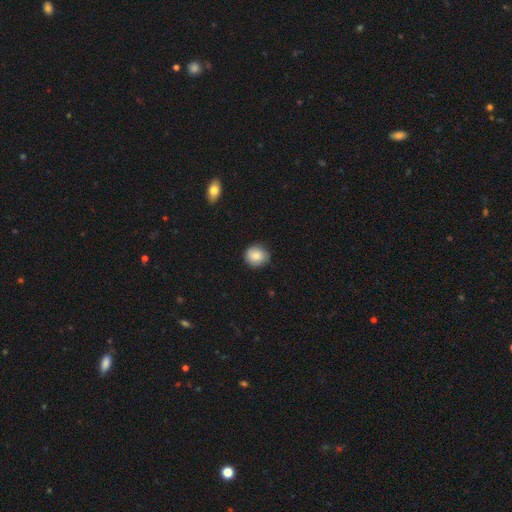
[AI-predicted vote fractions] This is clearly a smooth galaxy (83%). How rounded: clearly round (82%). Merging: clearly none (82%).